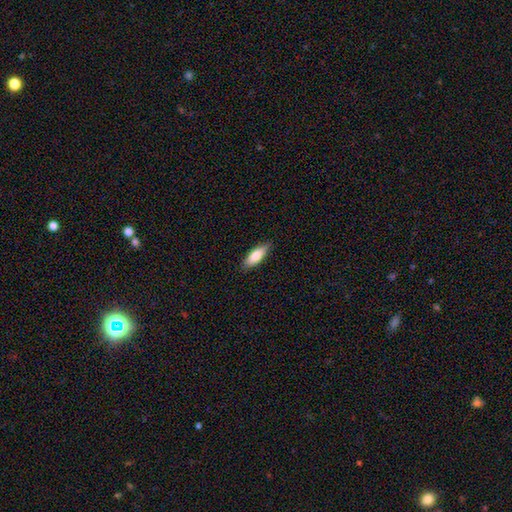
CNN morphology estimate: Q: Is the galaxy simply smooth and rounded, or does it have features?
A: smooth — 79%.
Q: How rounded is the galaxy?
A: in between — 65%.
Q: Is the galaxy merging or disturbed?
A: none — 85%.